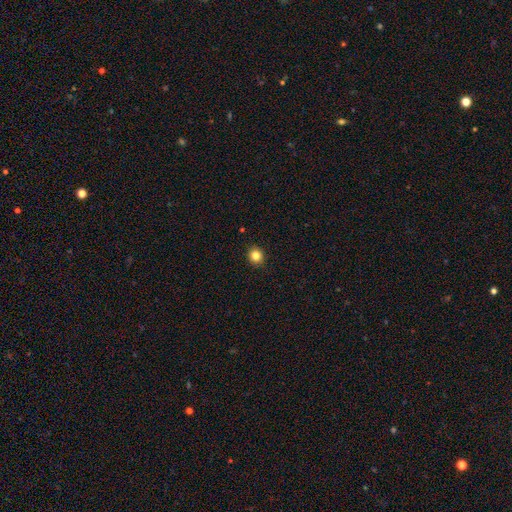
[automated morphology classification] type=smooth (83%); roundness=round (87%); merging=none (92%).